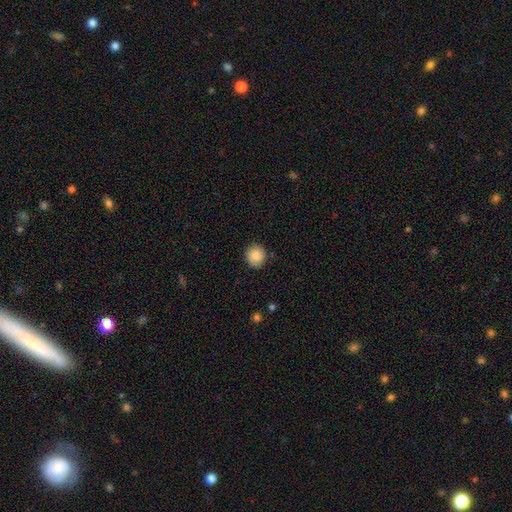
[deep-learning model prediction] Smooth or featured? Predicted: smooth (p=0.85). How rounded? Predicted: round (p=0.88). Merging? Predicted: none (p=0.88).